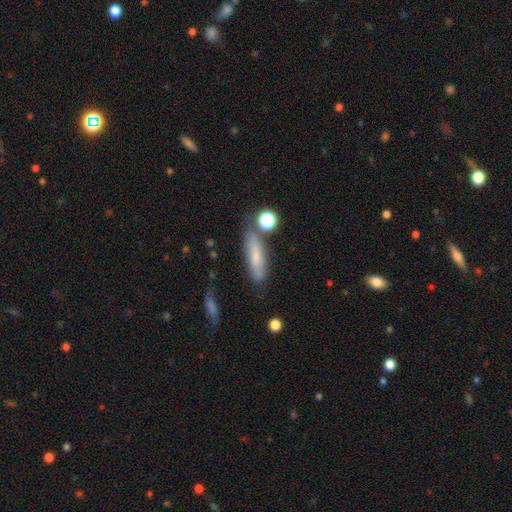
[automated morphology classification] Smooth or featured? smooth (67%)
How rounded? cigar-shaped (63%)
Merging? none (70%)